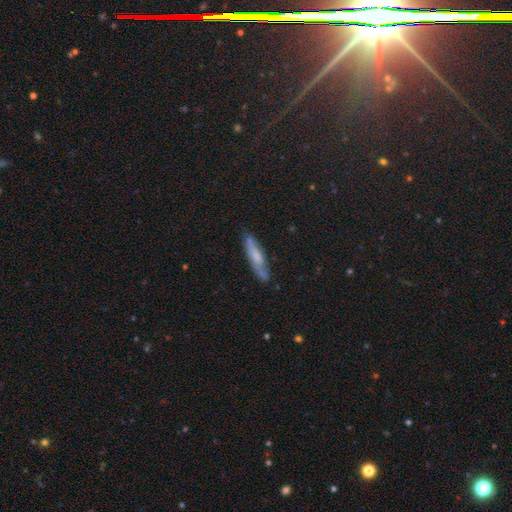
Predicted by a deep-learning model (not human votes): This appears to be a smooth galaxy with no disk features (49%). Merging: none (72%).